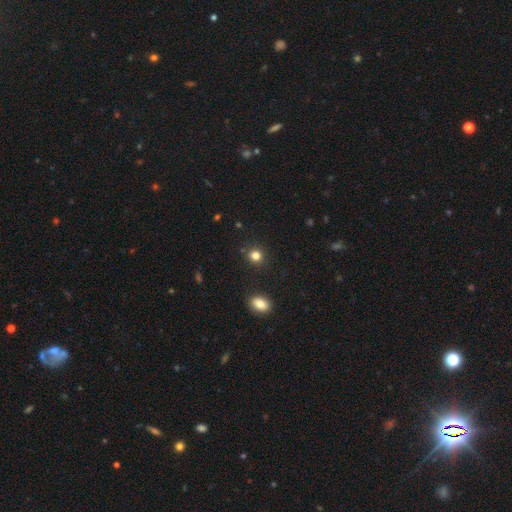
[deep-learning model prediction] Smooth or featured? Predicted: smooth (p=0.82). How rounded? Predicted: round (p=0.84). Merging? Predicted: none (p=0.87).